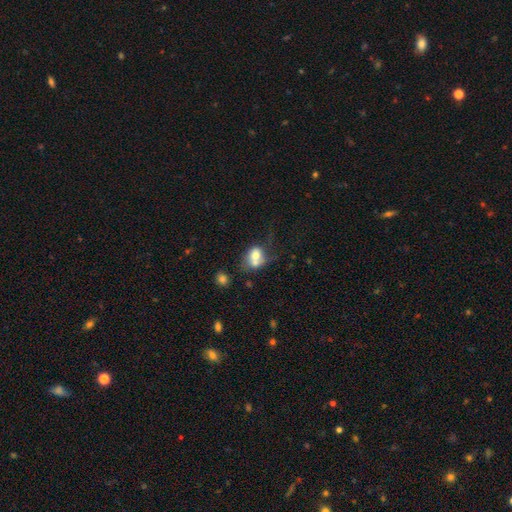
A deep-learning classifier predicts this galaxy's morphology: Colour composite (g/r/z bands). It shows a smooth galaxy with no disk features (66%) that is round (49%, tied with in between). Merging: merger (54%).